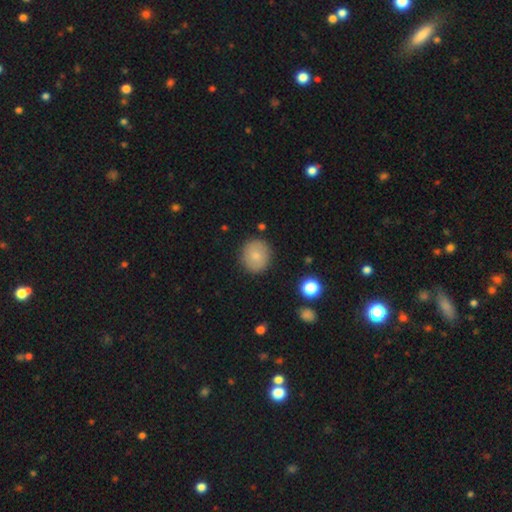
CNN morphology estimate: This is clearly a smooth galaxy (80%). How rounded: clearly round (85%). Merging: clearly none (88%).